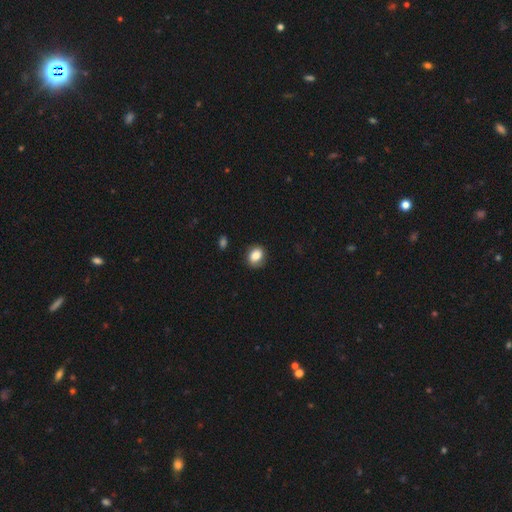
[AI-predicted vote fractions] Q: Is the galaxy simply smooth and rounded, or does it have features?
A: smooth — 83%.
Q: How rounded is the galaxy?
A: round — 50%.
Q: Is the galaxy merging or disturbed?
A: none — 81%.